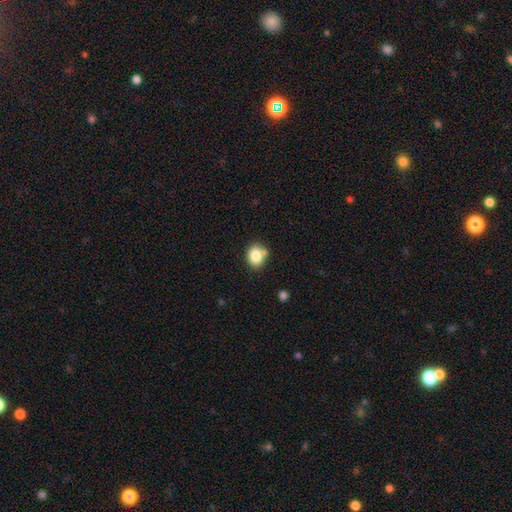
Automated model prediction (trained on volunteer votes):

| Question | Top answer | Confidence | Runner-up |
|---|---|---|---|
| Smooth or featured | smooth | 83% | star or artifact (10%) |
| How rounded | round | 53% | in between (46%) |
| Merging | none | 69% | minor disturbance (15%) |